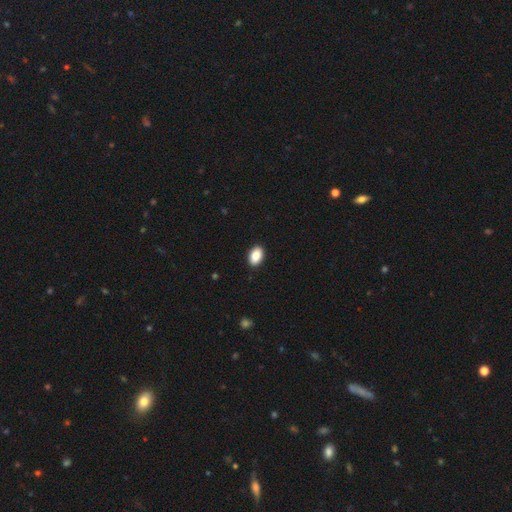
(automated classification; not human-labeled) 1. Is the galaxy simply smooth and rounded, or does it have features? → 88% smooth, 7% star or artifact, 5% featured or disk.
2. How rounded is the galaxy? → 90% in between, 8% round, 1% cigar-shaped.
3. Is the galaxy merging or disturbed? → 91% none, 6% minor disturbance, 2% major disturbance, 1% merger.